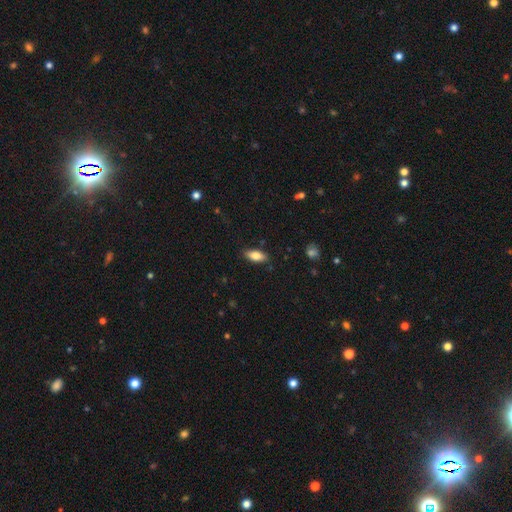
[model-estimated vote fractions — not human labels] smooth-or-featured: smooth: 82% | featured or disk: 12% | star or artifact: 7%
  how-rounded: in between: 84% | cigar-shaped: 13% | round: 2%
  merging: none: 86% | minor disturbance: 11% | major disturbance: 2% | merger: 1%